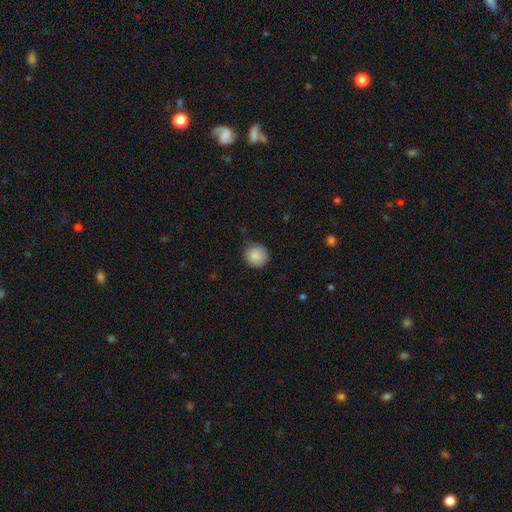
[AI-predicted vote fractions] A smooth galaxy with no disk features (88%) that is round (93%).

Vote fractions:
- Smooth or featured? smooth: 88% / star or artifact: 8% / featured or disk: 4%
- How rounded? round: 93% / in between: 6% / cigar-shaped: 1%
- Merging? none: 84% / minor disturbance: 13% / major disturbance: 2% / merger: 1%